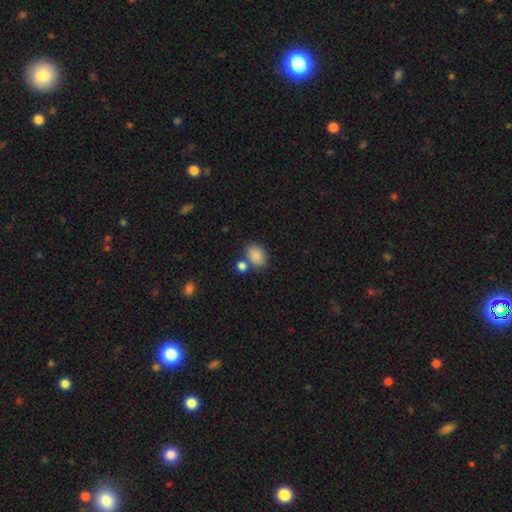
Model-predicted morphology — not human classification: Q: Smooth or featured?
A: smooth (87%); runner-up: star or artifact (9%)
Q: How rounded?
A: in between (70%); runner-up: round (29%)
Q: Merging?
A: none (64%); runner-up: merger (19%)